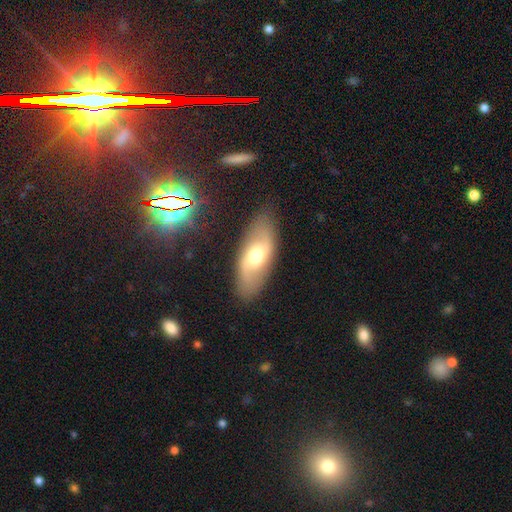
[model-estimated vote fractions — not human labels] Smooth or featured: featured or disk — 53% (smooth — 39%)
Edge-on disk: no — 85% (yes — 15%)
Merging: none — 84% (minor disturbance — 12%)